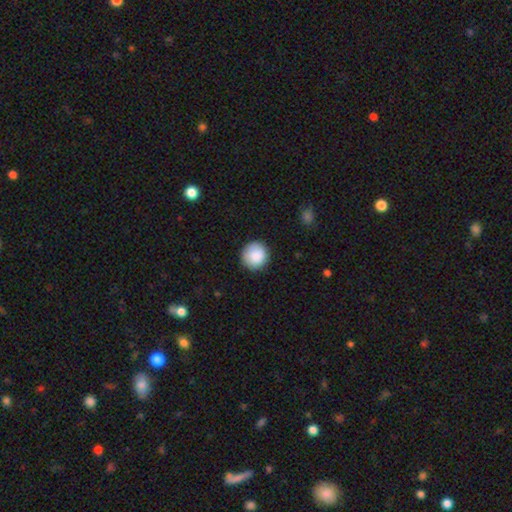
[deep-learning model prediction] This appears to be a smooth galaxy with no disk features (88%) that is round (91%). Merging: none (87%).